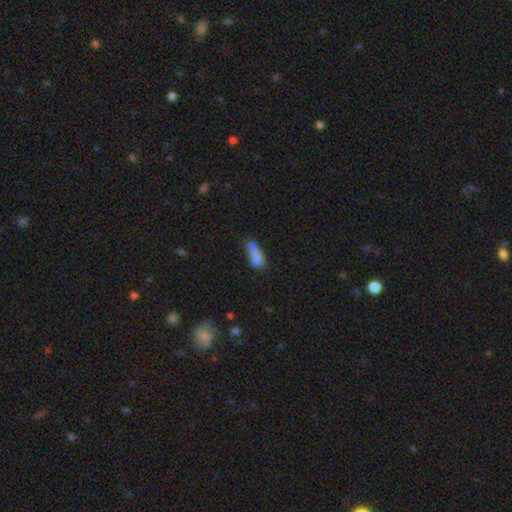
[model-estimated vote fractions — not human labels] A smooth galaxy with no disk features (75%) that is in between round and cigar-shaped (69%).

Vote fractions:
- Smooth or featured? smooth: 75% / featured or disk: 14% / star or artifact: 11%
- How rounded? in between: 69% / cigar-shaped: 27% / round: 4%
- Merging? none: 34% / minor disturbance: 30% / merger: 18% / major disturbance: 18%